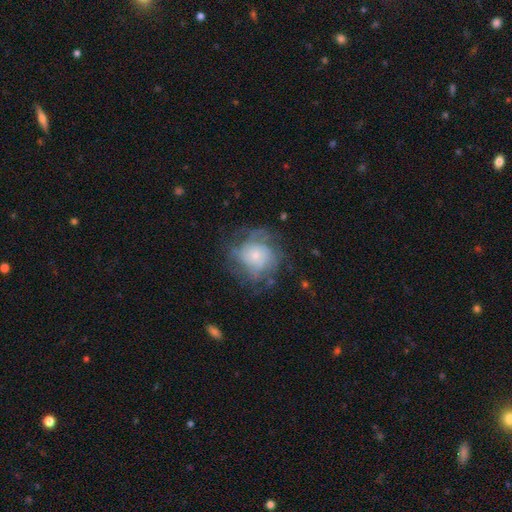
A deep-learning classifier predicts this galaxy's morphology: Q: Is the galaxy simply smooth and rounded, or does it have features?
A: featured or disk — 56%.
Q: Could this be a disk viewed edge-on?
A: no — 97%.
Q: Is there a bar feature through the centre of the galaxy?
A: no — 84%.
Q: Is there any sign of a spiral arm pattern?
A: yes — 69%.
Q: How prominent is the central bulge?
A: small — 61%.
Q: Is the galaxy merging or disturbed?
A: none — 58%.